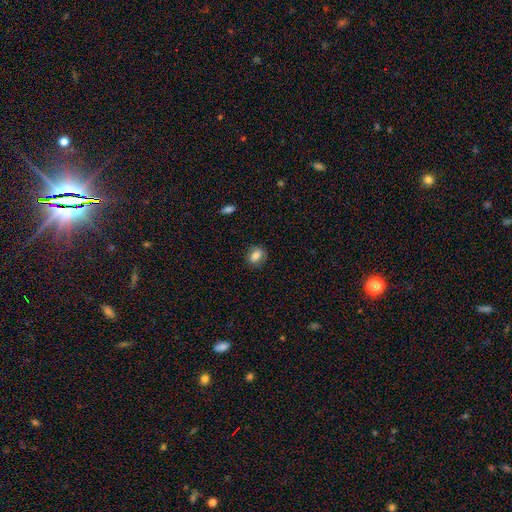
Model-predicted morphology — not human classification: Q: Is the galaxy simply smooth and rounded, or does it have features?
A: smooth — 82%.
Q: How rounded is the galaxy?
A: in between — 57%.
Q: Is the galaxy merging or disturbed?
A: none — 82%.